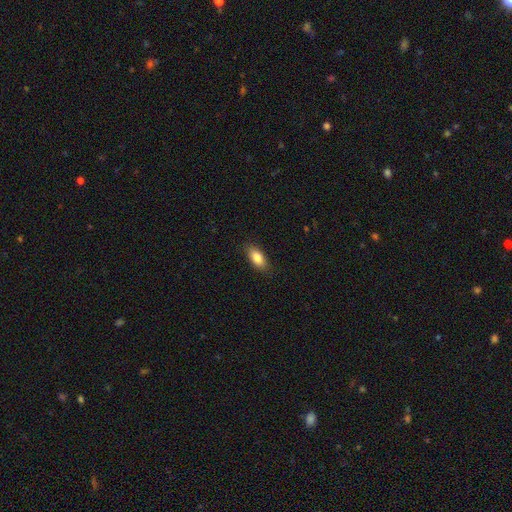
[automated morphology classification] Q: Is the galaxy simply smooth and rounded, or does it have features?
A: smooth — 84%.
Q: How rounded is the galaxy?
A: in between — 87%.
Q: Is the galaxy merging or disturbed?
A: none — 86%.